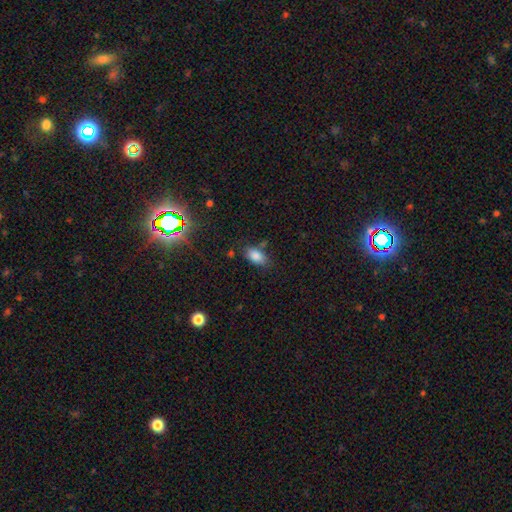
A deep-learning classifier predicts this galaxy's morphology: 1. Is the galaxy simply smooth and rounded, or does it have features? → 84% smooth, 10% star or artifact, 6% featured or disk.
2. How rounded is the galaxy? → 90% in between, 6% round, 3% cigar-shaped.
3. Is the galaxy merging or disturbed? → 73% none, 16% minor disturbance, 6% merger, 4% major disturbance.